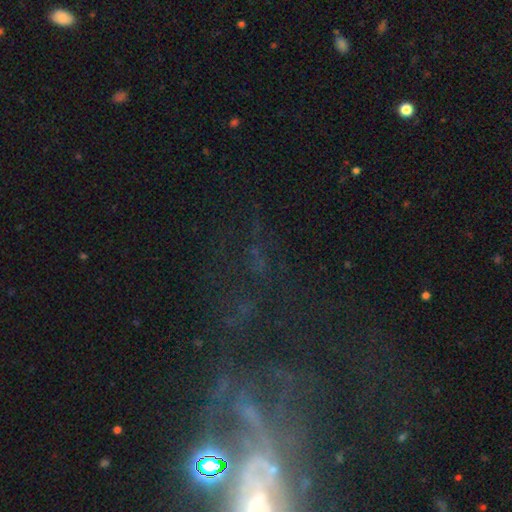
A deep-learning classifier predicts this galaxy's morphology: Smooth or featured? star or artifact (49%)